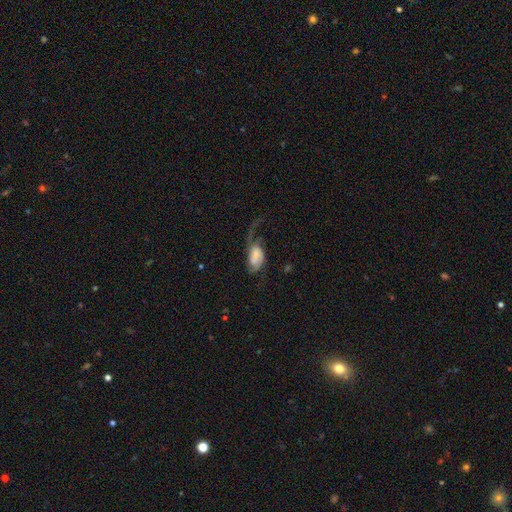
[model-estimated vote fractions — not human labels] Morphology: type=featured or disk (70%); edge-on=no (96%); bar=weak (42%, tied with no); spiral arms=yes (89%); winding=loose (58%); arm count=2 (65%); bulge=small (39%); merging=major disturbance (52%).